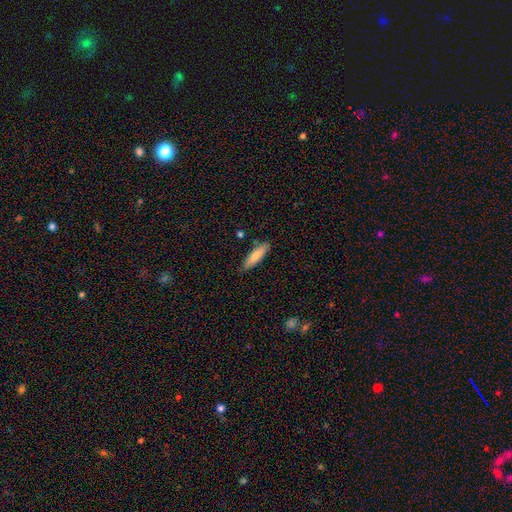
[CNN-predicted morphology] Smooth or featured? Predicted: smooth (p=0.82). How rounded? Predicted: cigar-shaped (p=0.63). Merging? Predicted: none (p=0.84).